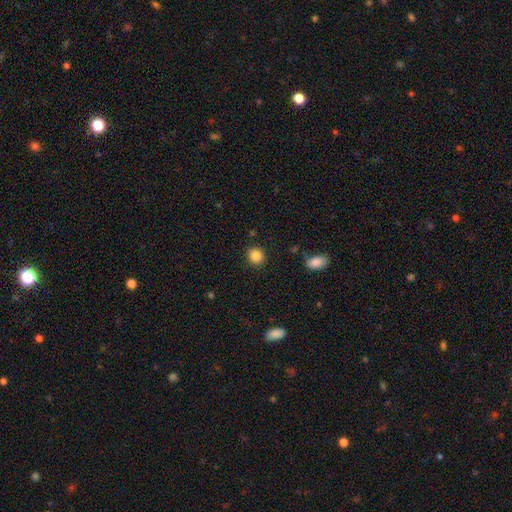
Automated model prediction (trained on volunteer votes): Smooth or featured?
  - smooth: 85% *
  - star or artifact: 10%
  - featured or disk: 4%
How rounded?
  - round: 85% *
  - in between: 14%
  - cigar-shaped: 1%
Merging?
  - none: 90% *
  - minor disturbance: 6%
  - major disturbance: 2%
  - merger: 1%